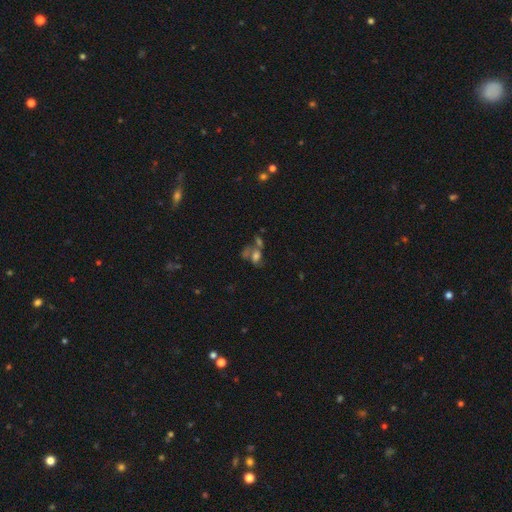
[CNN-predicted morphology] smooth-or-featured: smooth: 50% | featured or disk: 29% | star or artifact: 21%
  merging: merger: 46% | none: 25% | major disturbance: 17% | minor disturbance: 12%